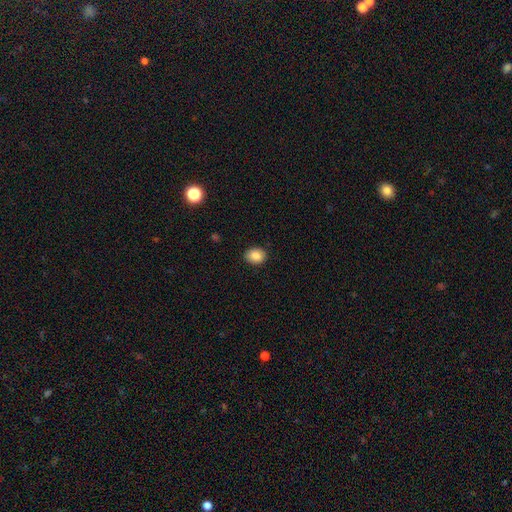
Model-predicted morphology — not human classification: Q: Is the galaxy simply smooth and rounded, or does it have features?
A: smooth — 87%.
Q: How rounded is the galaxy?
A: in between — 52%.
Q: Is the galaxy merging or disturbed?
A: none — 87%.